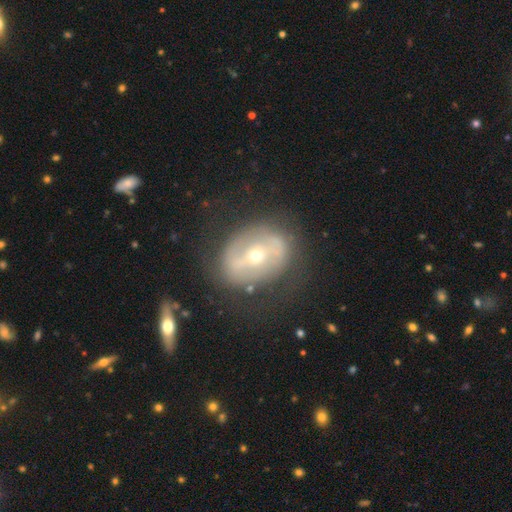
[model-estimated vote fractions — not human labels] featured or disk 72%, smooth 21%, star or artifact 7%. Down the decision tree: edge-on disk — no (94%); bar — strong (42%); spiral arms — no (51%); bulge size — small (61%); merging — none (71%).